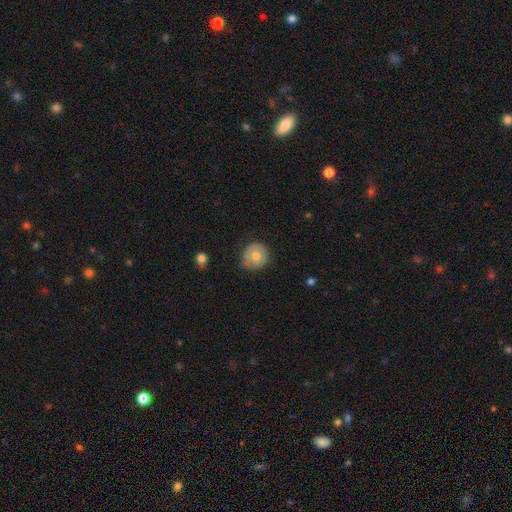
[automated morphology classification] The model was most divided on "merging": none: 66%, minor disturbance: 27%, major disturbance: 6%, merger: 2%. More confident: how rounded — round (87%); smooth or featured — smooth (66%).